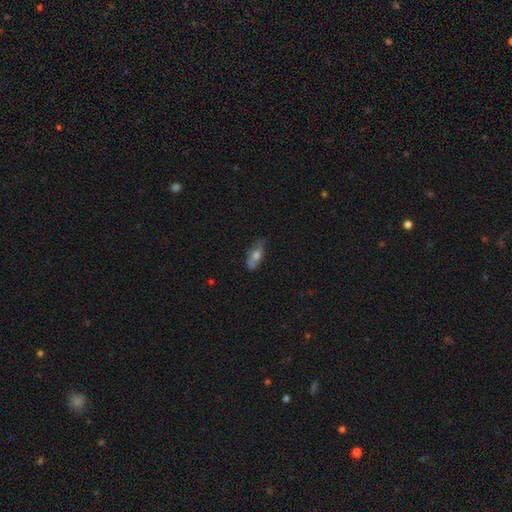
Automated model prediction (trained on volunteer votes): smooth 47%, featured or disk 45%, star or artifact 8%. Down the decision tree: merging — none (67%).